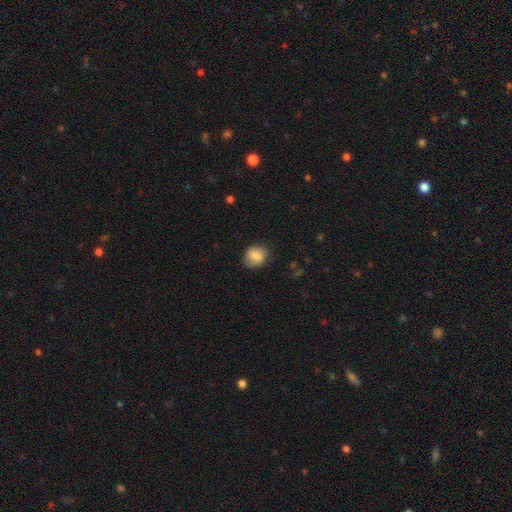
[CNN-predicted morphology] Smooth or featured: smooth — 79% (featured or disk — 14%)
How rounded: round — 63% (in between — 36%)
Merging: none — 78% (minor disturbance — 17%)